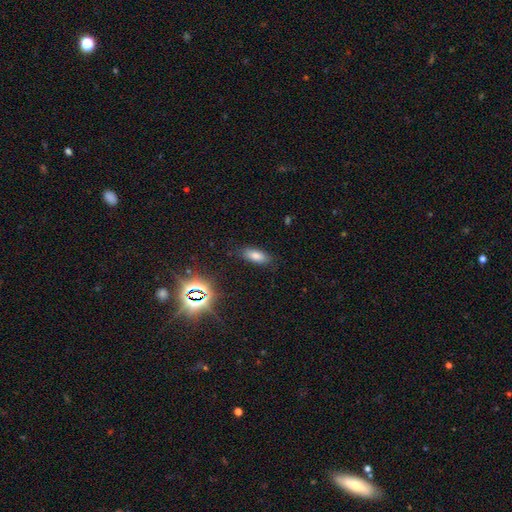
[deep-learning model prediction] The model was most divided on "smooth or featured": smooth: 69%, star or artifact: 20%, featured or disk: 11%. More confident: merging — none (85%); how rounded — in between (77%).